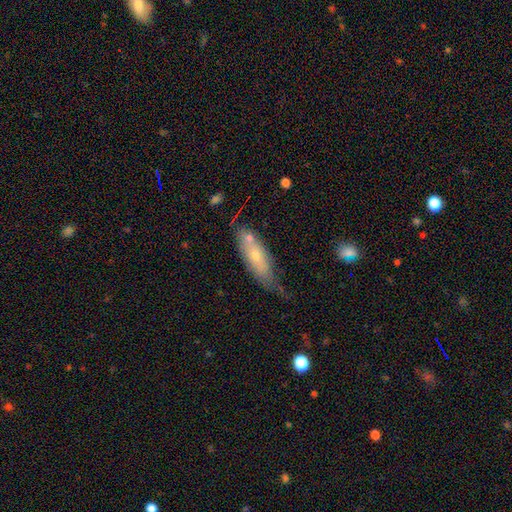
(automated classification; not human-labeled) This appears to be a smooth galaxy with no disk features (58%) that is in between round and cigar-shaped (53%). Merging: none (47%).